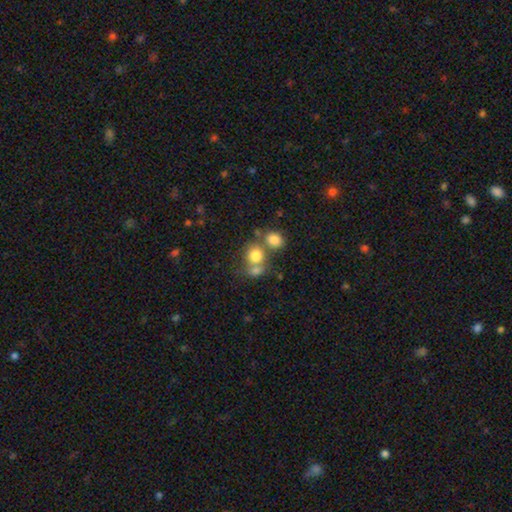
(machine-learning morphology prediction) Smooth or featured?
  - smooth: 76% *
  - star or artifact: 12%
  - featured or disk: 12%
How rounded?
  - round: 76% *
  - in between: 23%
  - cigar-shaped: 1%
Merging?
  - none: 44% *
  - merger: 42%
  - minor disturbance: 9%
  - major disturbance: 5%